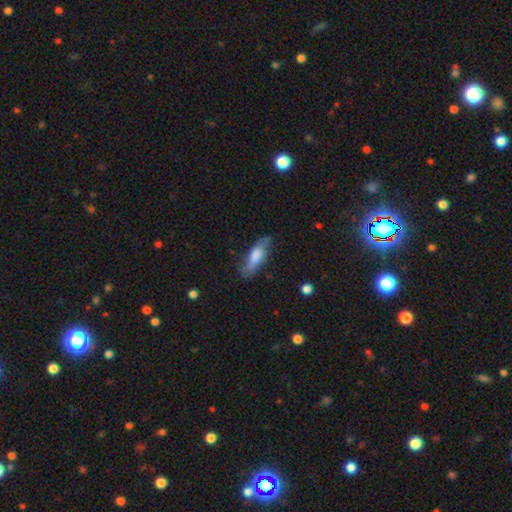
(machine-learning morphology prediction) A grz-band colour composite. It shows a smooth galaxy with no disk features (62%) that is cigar-shaped (49%, tied with in between). Merging: none (75%).